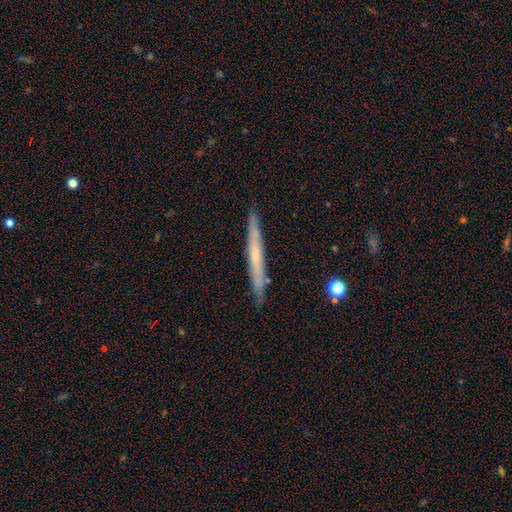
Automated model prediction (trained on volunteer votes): Smooth or featured?
  - featured or disk: 53% *
  - smooth: 40%
  - star or artifact: 6%
Edge-on disk?
  - yes: 94% *
  - no: 6%
Edge-on bulge?
  - none: 67% *
  - rounded: 29%
  - boxy: 5%
Merging?
  - none: 89% *
  - minor disturbance: 8%
  - major disturbance: 1%
  - merger: 1%